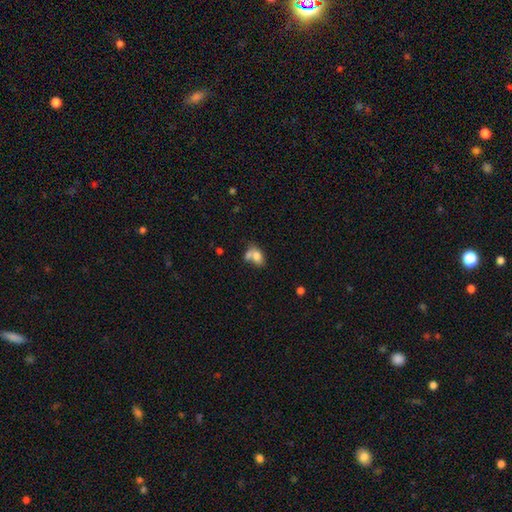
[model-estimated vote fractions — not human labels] smooth 77%, featured or disk 14%, star or artifact 9%. Down the decision tree: how rounded — in between (84%); merging — merger (48%).